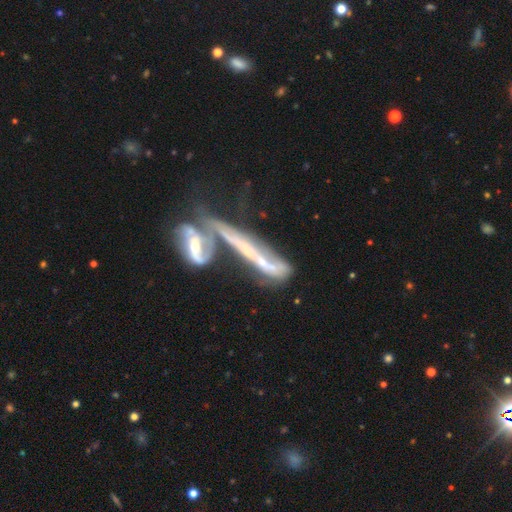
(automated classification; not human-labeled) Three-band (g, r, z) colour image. It shows a featured or disk galaxy (71%) viewed edge-on (55%). Merging: merger (62%).